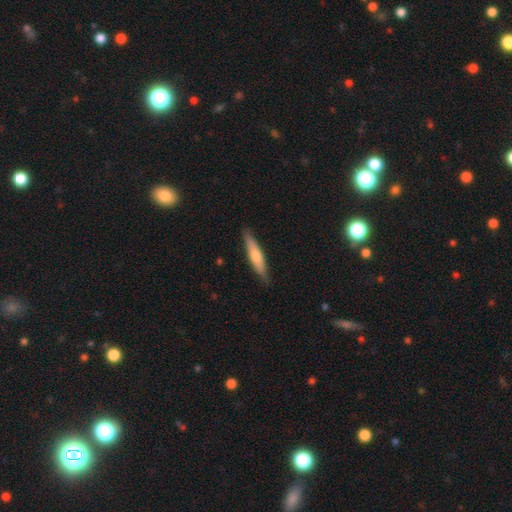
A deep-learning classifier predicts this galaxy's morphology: smooth 55%, featured or disk 39%, star or artifact 6%. Down the decision tree: how rounded — cigar-shaped (88%); merging — none (87%).